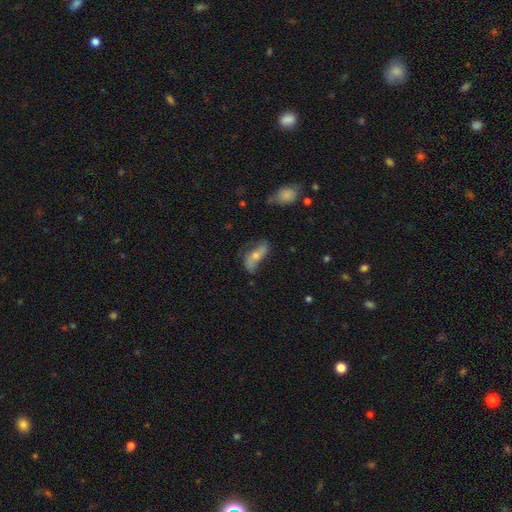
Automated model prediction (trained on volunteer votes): This appears to be a featured or disk galaxy (56%). Merging: none (55%).